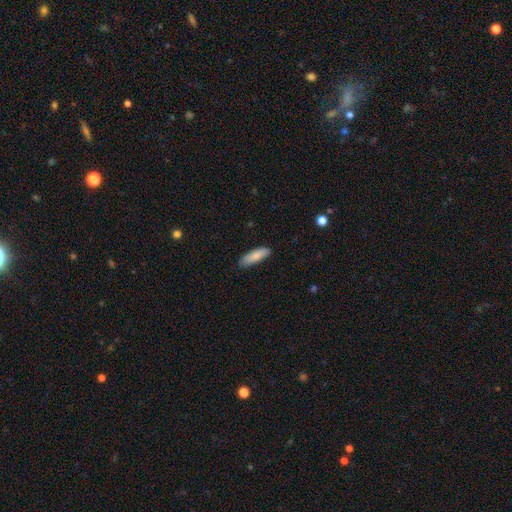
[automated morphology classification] smooth 81%, featured or disk 13%, star or artifact 6%. Down the decision tree: how rounded — cigar-shaped (56%); merging — none (82%).